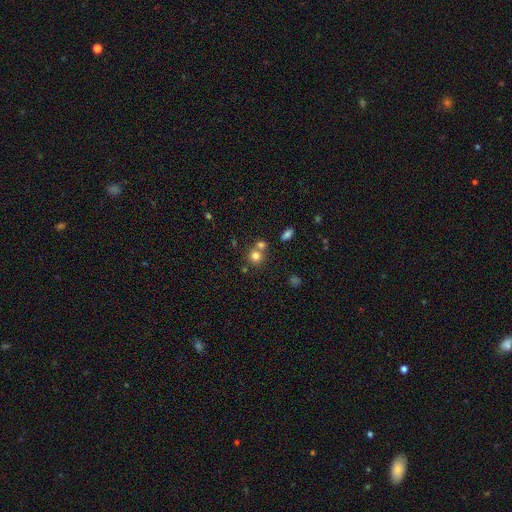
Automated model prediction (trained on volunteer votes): This is likely a smooth galaxy (77%). How rounded: clearly round (86%). Merging: possibly none (54%).